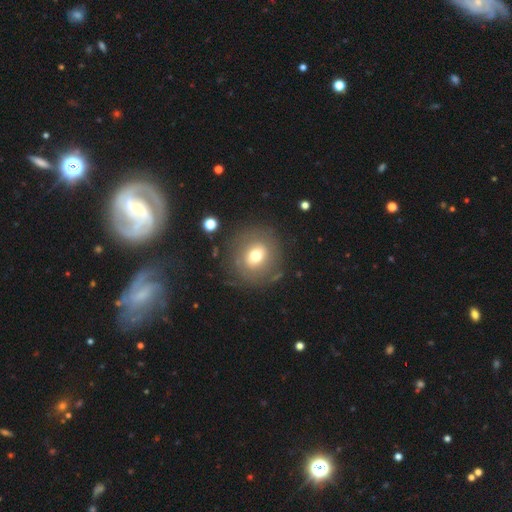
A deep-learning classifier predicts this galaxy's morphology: smooth_or_featured: smooth (p=0.63) [alt: featured or disk p=0.25]
how_rounded: round (p=0.86) [alt: in between p=0.13]
merging: none (p=0.80) [alt: minor disturbance p=0.11]